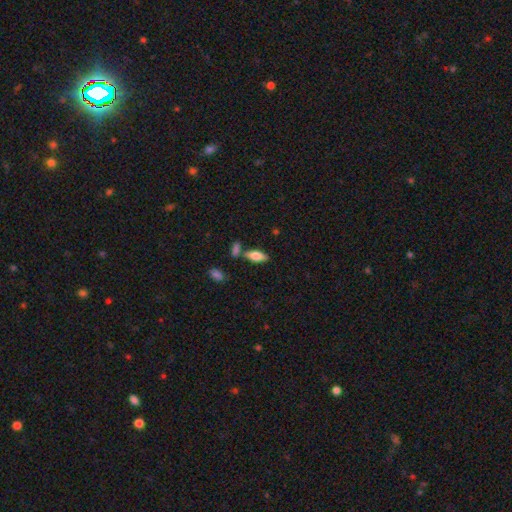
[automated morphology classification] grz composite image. It shows a smooth galaxy with no disk features (78%) that is in between round and cigar-shaped (78%). Merging: none (69%).